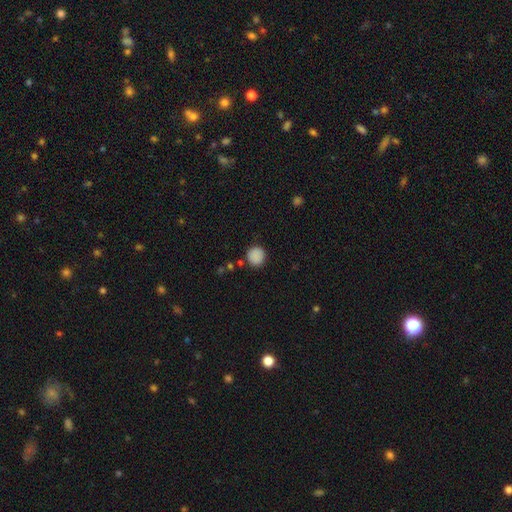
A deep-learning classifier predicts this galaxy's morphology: Q: Smooth or featured?
A: smooth (87%); runner-up: star or artifact (9%)
Q: How rounded?
A: round (90%); runner-up: in between (9%)
Q: Merging?
A: none (85%); runner-up: minor disturbance (10%)